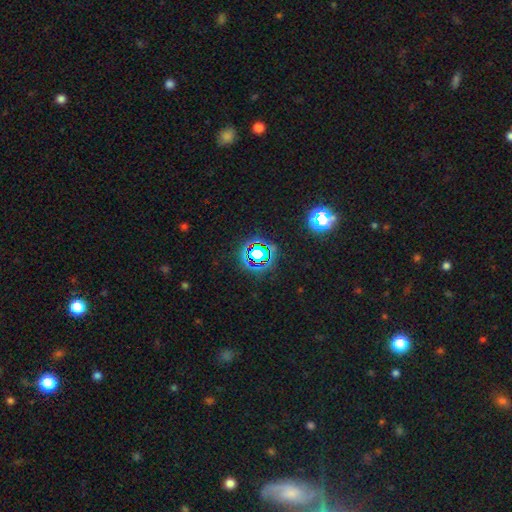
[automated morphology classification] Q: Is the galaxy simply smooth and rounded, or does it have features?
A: star or artifact — 72%.